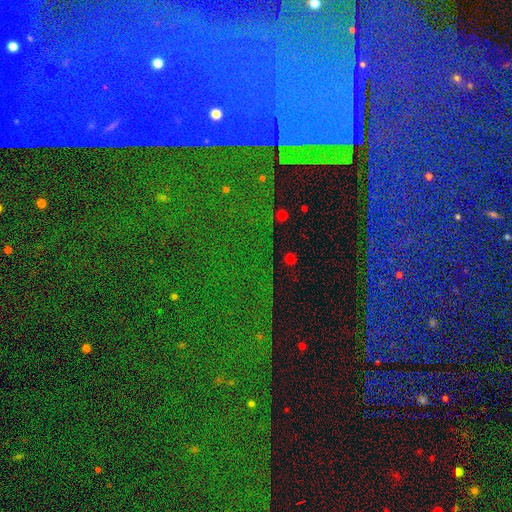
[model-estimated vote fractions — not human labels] smooth_or_featured: star or artifact (p=0.86) [alt: featured or disk p=0.08]